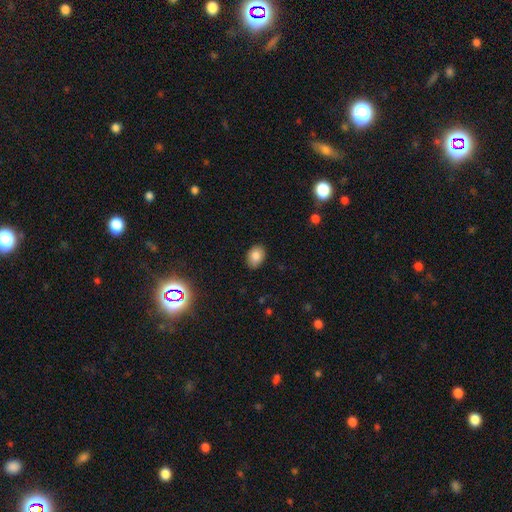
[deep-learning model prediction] A smooth galaxy with no disk features (84%) that is in between round and cigar-shaped (73%).

Vote fractions:
- Smooth or featured? smooth: 84% / star or artifact: 9% / featured or disk: 7%
- How rounded? in between: 73% / round: 26% / cigar-shaped: 1%
- Merging? none: 86% / minor disturbance: 11% / major disturbance: 2% / merger: 1%